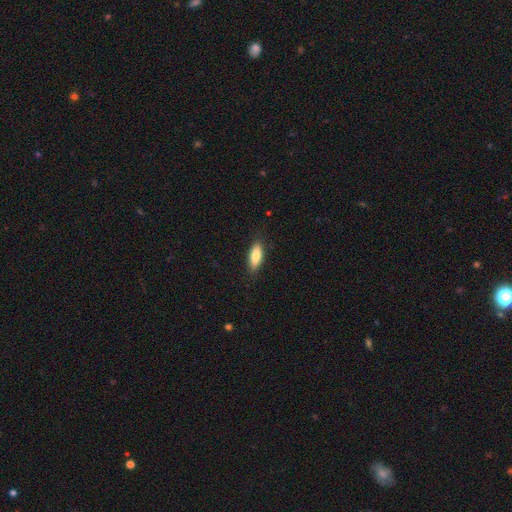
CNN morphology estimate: smooth_or_featured: smooth (p=0.81) [alt: featured or disk p=0.13]
how_rounded: in between (p=0.70) [alt: cigar-shaped p=0.27]
merging: none (p=0.86) [alt: minor disturbance p=0.11]